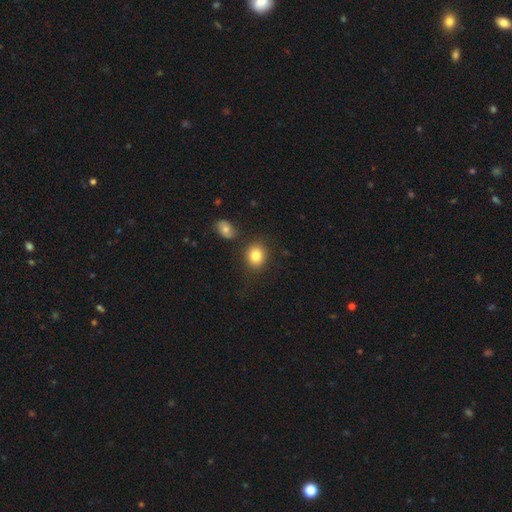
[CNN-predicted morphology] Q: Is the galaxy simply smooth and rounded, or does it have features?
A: smooth — 82%.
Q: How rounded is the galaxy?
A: round — 71%.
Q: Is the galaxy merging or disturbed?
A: none — 81%.